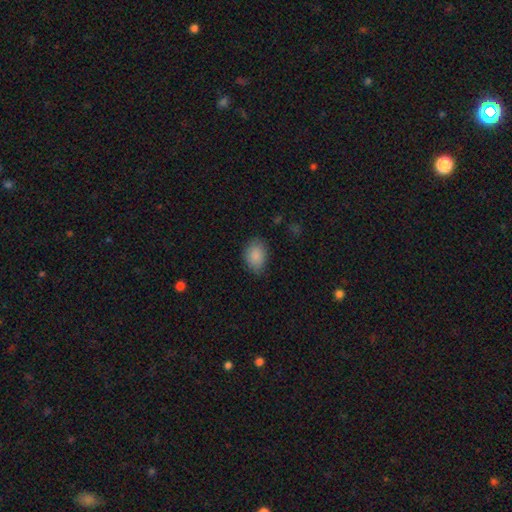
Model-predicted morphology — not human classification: This is clearly a smooth galaxy (88%). How rounded: likely in between (77%). Merging: likely none (78%).